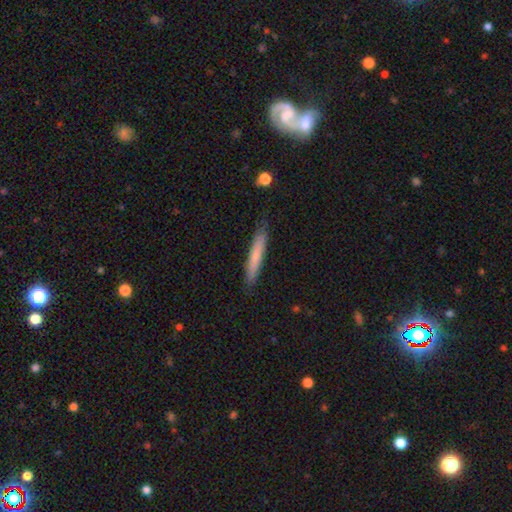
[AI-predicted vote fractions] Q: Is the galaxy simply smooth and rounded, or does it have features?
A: smooth — 71%.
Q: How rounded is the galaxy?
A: cigar-shaped — 94%.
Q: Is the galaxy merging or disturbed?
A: none — 85%.